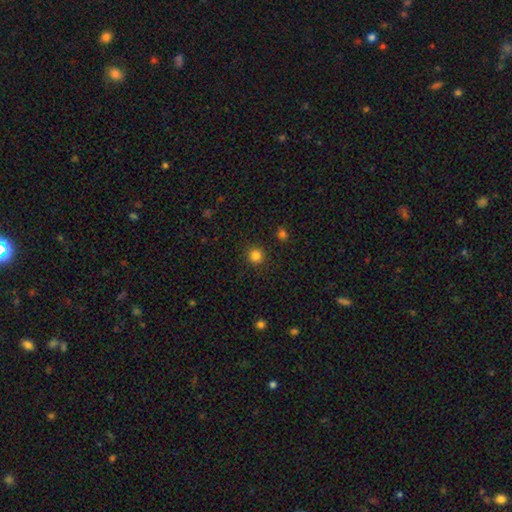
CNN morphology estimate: smooth 84%, star or artifact 12%, featured or disk 4%. Down the decision tree: how rounded — round (94%); merging — none (91%).